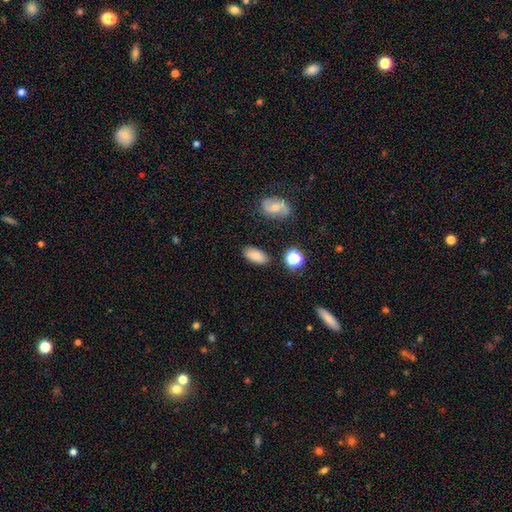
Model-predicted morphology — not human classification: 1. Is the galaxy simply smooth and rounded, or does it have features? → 80% smooth, 11% featured or disk, 9% star or artifact.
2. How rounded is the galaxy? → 91% in between, 5% round, 4% cigar-shaped.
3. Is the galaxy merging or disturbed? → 84% none, 11% minor disturbance, 3% merger, 3% major disturbance.